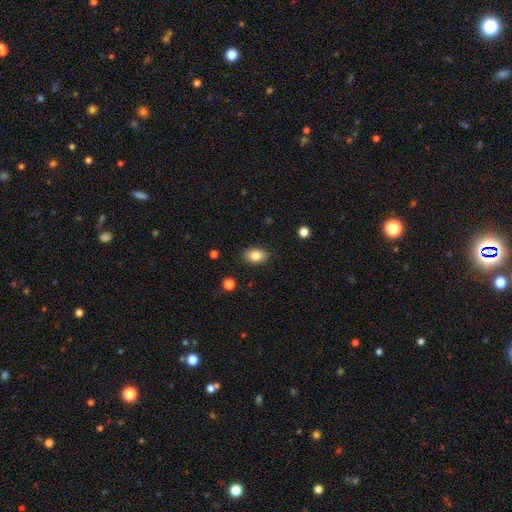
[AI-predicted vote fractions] Overall: smooth (84%). How rounded: in between (84%). Merging: none (86%).